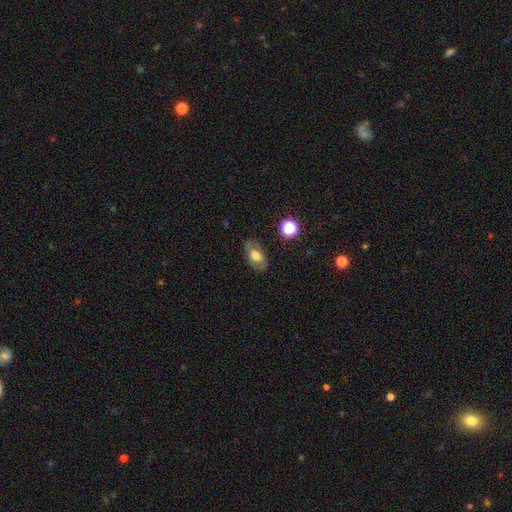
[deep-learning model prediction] This is possibly a smooth galaxy (53%). How rounded: clearly in between (86%). Merging: likely none (76%).